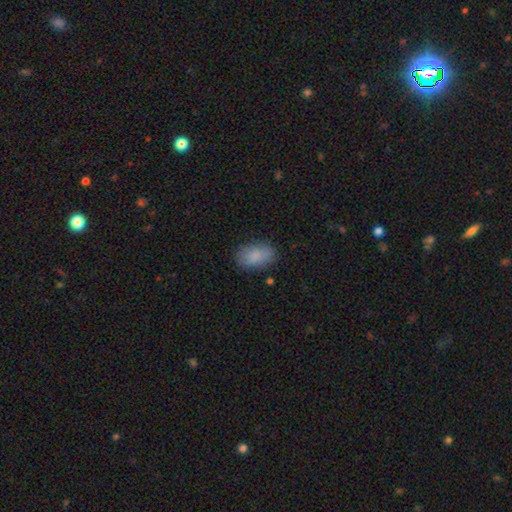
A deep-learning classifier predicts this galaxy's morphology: Overall: smooth (84%). How rounded: in between (91%). Merging: none (79%).